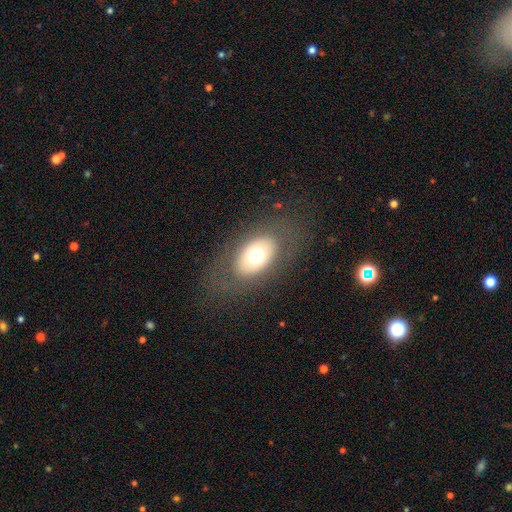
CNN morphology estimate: Overall: smooth (63%; featured or disk 27%). How rounded: in between (86%). Merging: none (79%).